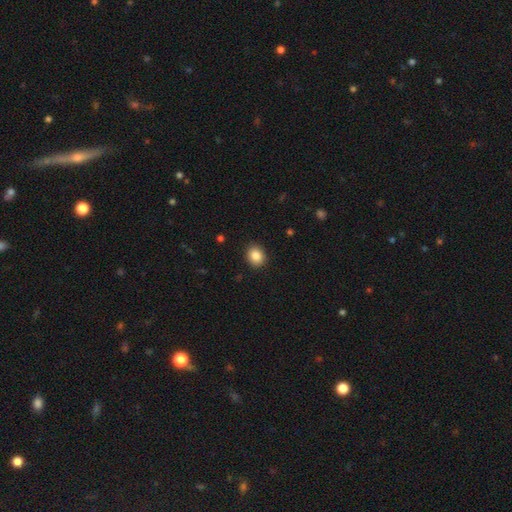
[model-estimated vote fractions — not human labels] Smooth or featured?
  - smooth: 86% *
  - star or artifact: 9%
  - featured or disk: 5%
How rounded?
  - round: 66% *
  - in between: 33%
  - cigar-shaped: 1%
Merging?
  - none: 91% *
  - minor disturbance: 6%
  - major disturbance: 2%
  - merger: 1%